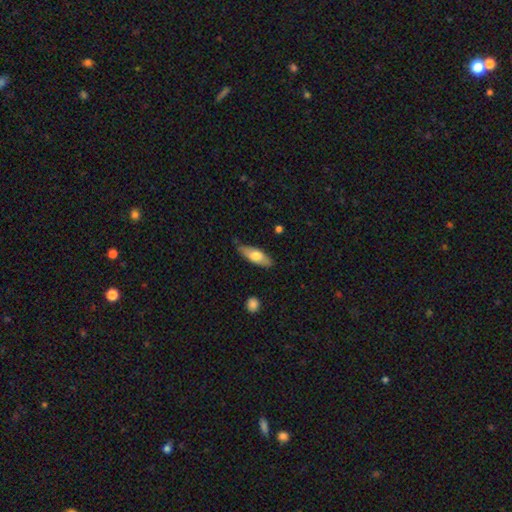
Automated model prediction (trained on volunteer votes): Smooth or featured? smooth (66%)
How rounded? in between (66%)
Merging? none (76%)